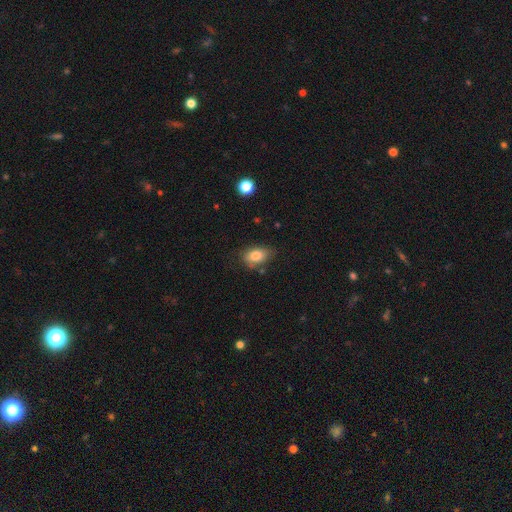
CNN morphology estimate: Smooth or featured? Predicted: smooth (p=0.82). How rounded? Predicted: in between (p=0.85). Merging? Predicted: none (p=0.69).